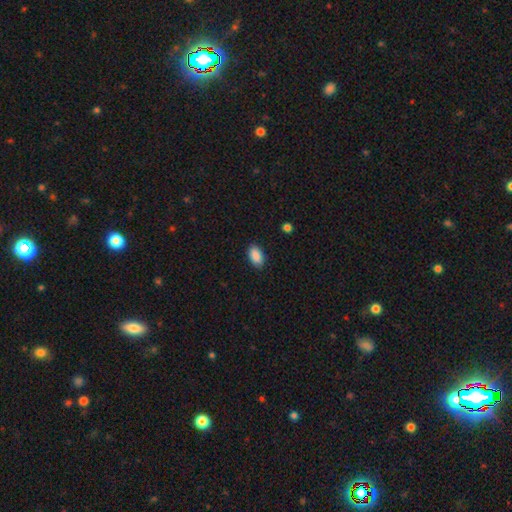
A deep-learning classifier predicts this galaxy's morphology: The model was most divided on "merging": none: 88%, minor disturbance: 9%, major disturbance: 2%, merger: 1%. More confident: how rounded — in between (93%); smooth or featured — smooth (90%).